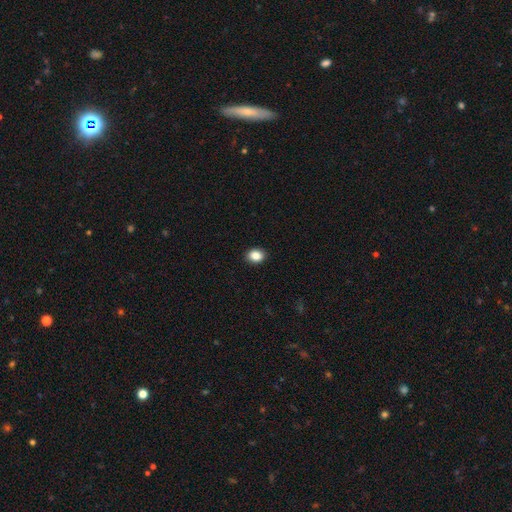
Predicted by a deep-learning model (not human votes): This is clearly a smooth galaxy (87%). How rounded: likely in between (65%). Merging: clearly none (91%).